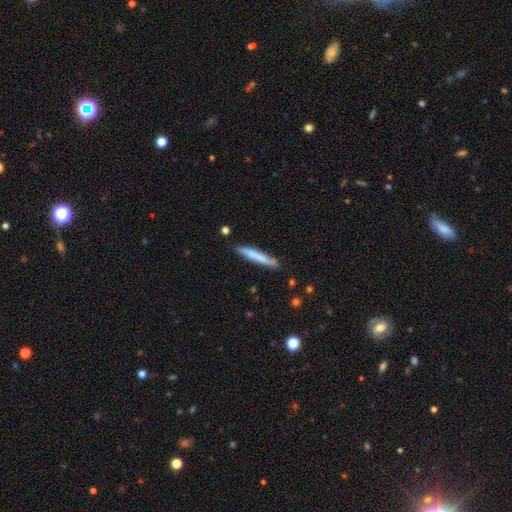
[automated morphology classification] Smooth or featured? Predicted: smooth (p=0.62). How rounded? Predicted: cigar-shaped (p=0.94). Merging? Predicted: none (p=0.80).